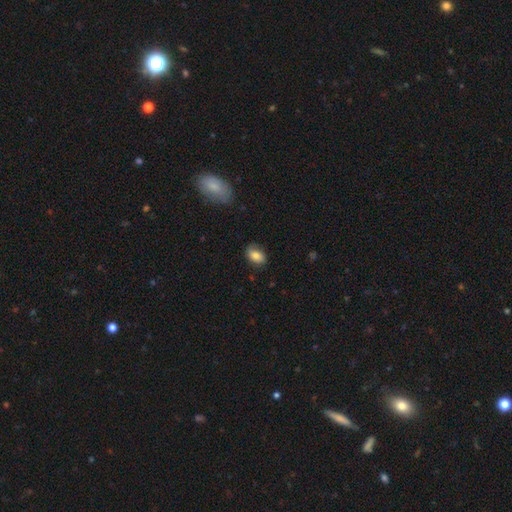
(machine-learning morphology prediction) smooth 77%, featured or disk 15%, star or artifact 8%. Down the decision tree: how rounded — in between (83%); merging — none (71%).